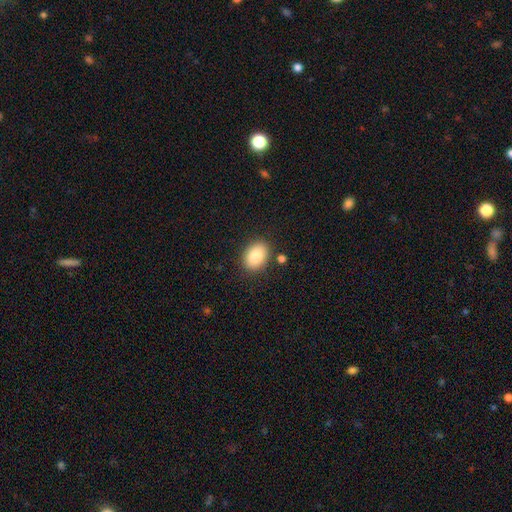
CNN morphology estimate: smooth 84%, featured or disk 8%, star or artifact 8%. Down the decision tree: how rounded — in between (72%); merging — none (84%).